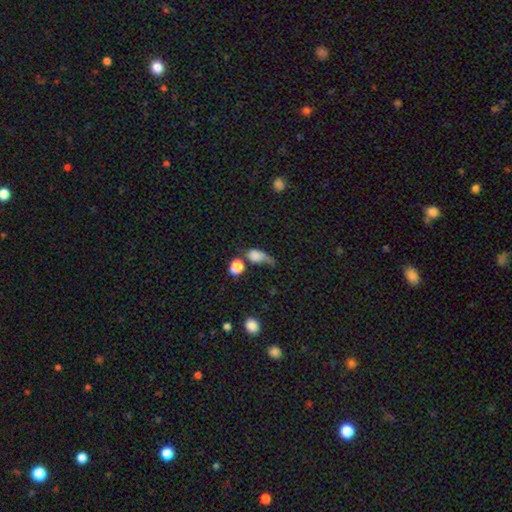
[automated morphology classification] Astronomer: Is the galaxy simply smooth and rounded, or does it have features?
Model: smooth — 74%.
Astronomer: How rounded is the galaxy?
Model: in between — 68%.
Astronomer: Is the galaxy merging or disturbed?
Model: major disturbance — 32% (runner-up: none, 23%).